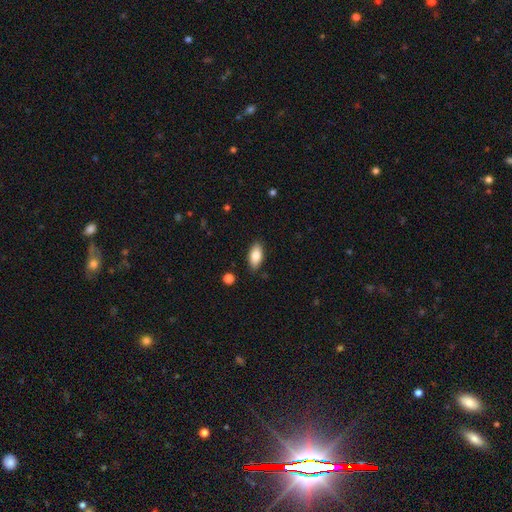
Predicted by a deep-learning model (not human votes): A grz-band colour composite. It shows a smooth galaxy with no disk features (82%) that is in between round and cigar-shaped (90%). Merging: none (87%).